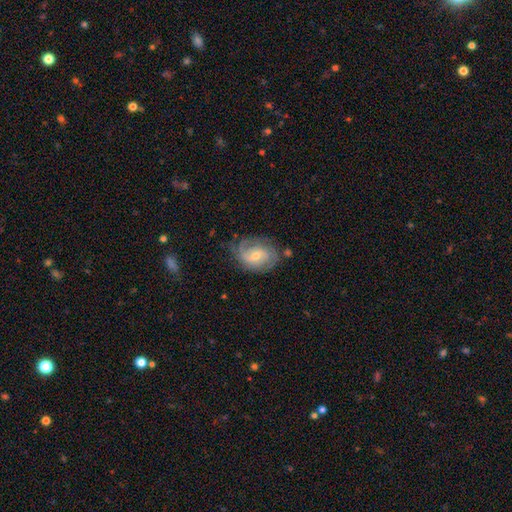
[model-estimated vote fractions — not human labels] A featured or disk galaxy (78%) with no bar (47%), 2 (48%) tight (47%) spiral arms (93%) and a small central bulge (51%). Merging: none (67%).